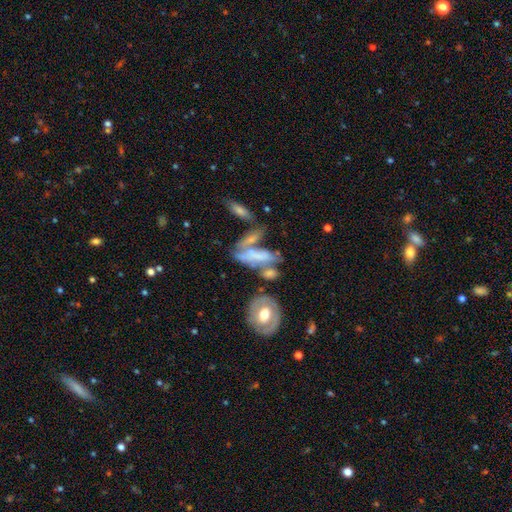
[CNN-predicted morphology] A featured or disk galaxy (48%). Merging: merger (32%).